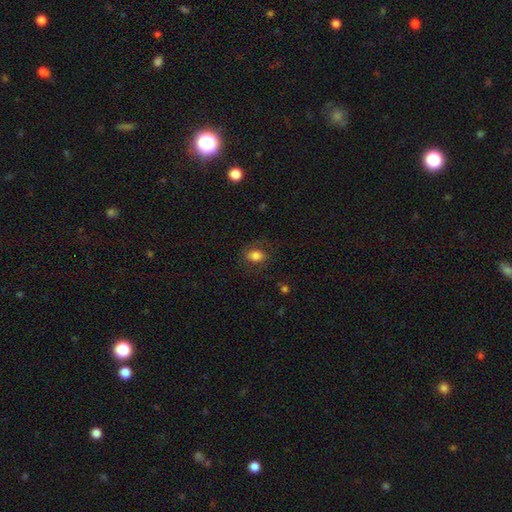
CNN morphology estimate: type=smooth (73%); roundness=in between (75%); merging=none (70%).